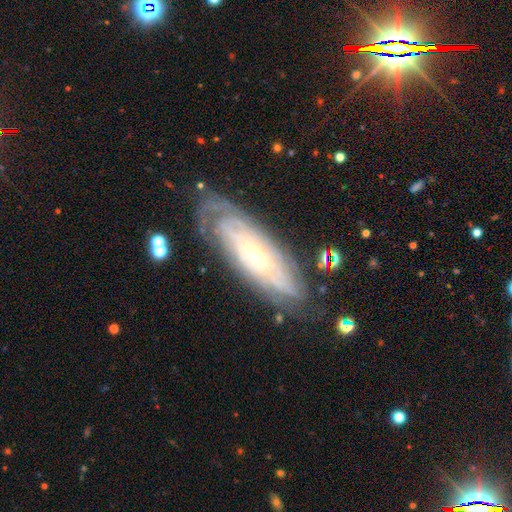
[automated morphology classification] smooth-or-featured: featured or disk: 80% | smooth: 14% | star or artifact: 6%
  disk-edge-on: no: 83% | yes: 17%
    bar: no: 73% | weak: 20% | strong: 7%
    has-spiral-arms: yes: 92% | no: 8%
      spiral-winding: tight: 80% | medium: 16% | loose: 4%
      spiral-arm-count: can't tell: 58% | 2: 11% | 4: 9% | more than 4: 9% | 3: 9% | 1: 4%
    bulge-size: small: 68% | moderate: 27% | large: 3% | none: 2% | dominant: 1%
  merging: none: 76% | minor disturbance: 17% | major disturbance: 6% | merger: 2%